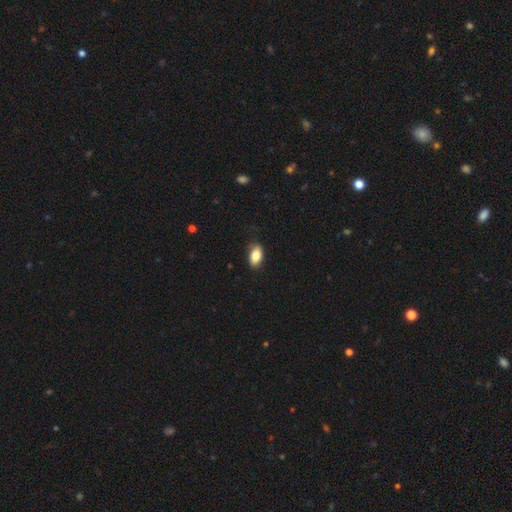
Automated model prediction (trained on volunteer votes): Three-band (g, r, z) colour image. It shows a smooth galaxy with no disk features (84%) that is in between round and cigar-shaped (90%). Merging: none (82%).